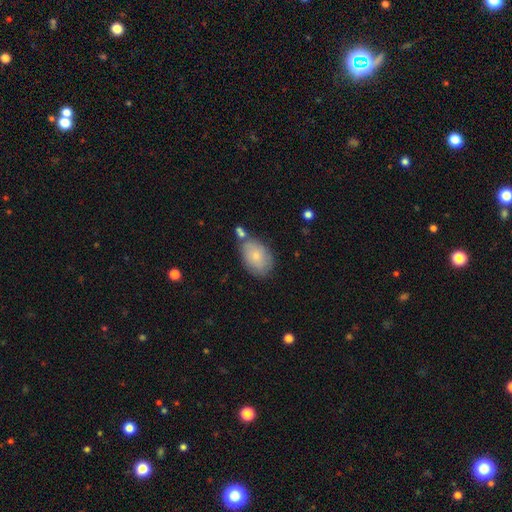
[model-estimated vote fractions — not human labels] smooth-or-featured: smooth: 75% | featured or disk: 18% | star or artifact: 7%
  how-rounded: in between: 88% | round: 10% | cigar-shaped: 1%
  merging: none: 65% | minor disturbance: 21% | merger: 9% | major disturbance: 5%